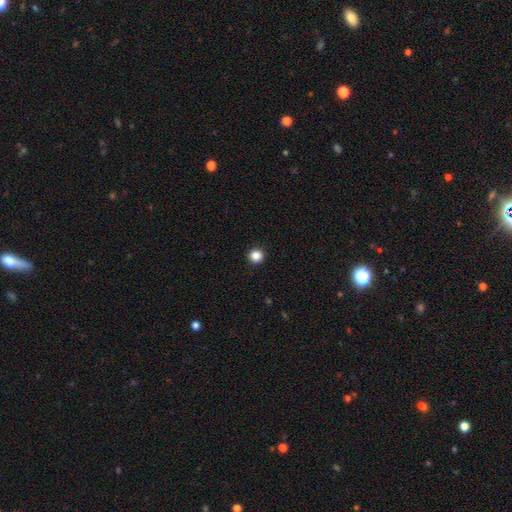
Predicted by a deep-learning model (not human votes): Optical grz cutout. It shows a smooth galaxy with no disk features (86%) that is round (95%). Merging: none (94%).